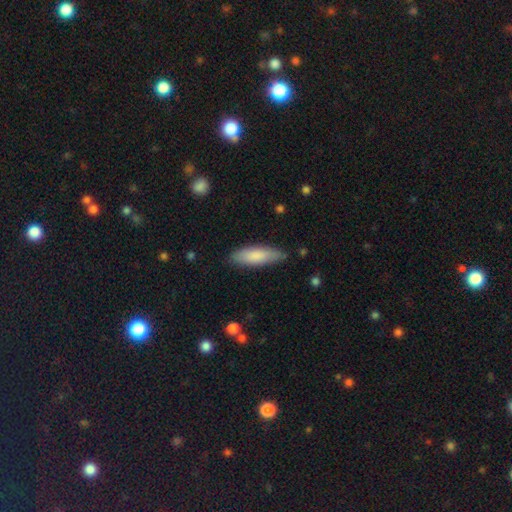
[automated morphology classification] This is clearly a smooth galaxy (82%). How rounded: possibly cigar-shaped (51%). Merging: clearly none (83%).